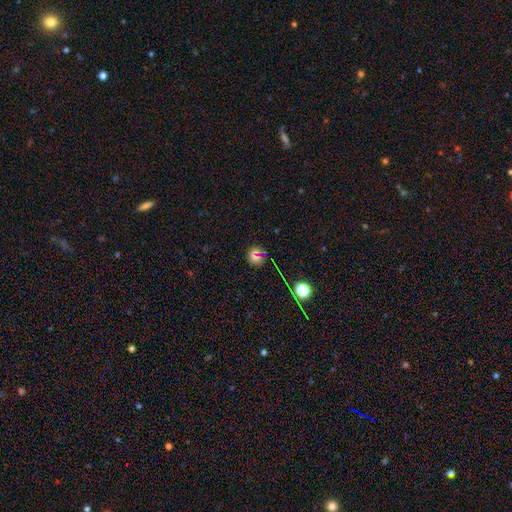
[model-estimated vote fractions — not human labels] The model was most divided on "smooth or featured": smooth: 55%, star or artifact: 33%, featured or disk: 12%. More confident: how rounded — round (87%); merging — none (76%).